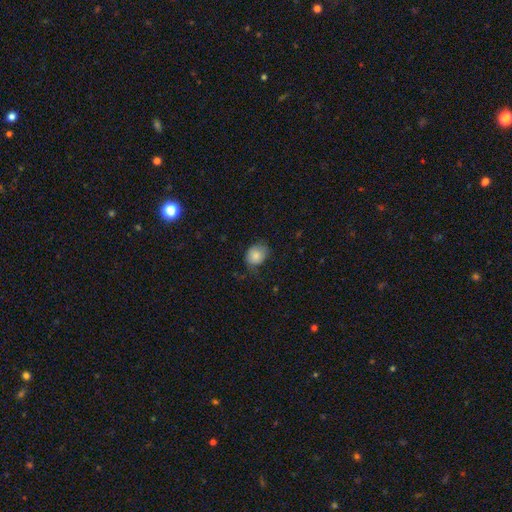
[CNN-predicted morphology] Smooth or featured: smooth — 83% (star or artifact — 9%)
How rounded: round — 57% (in between — 42%)
Merging: none — 61% (minor disturbance — 29%)